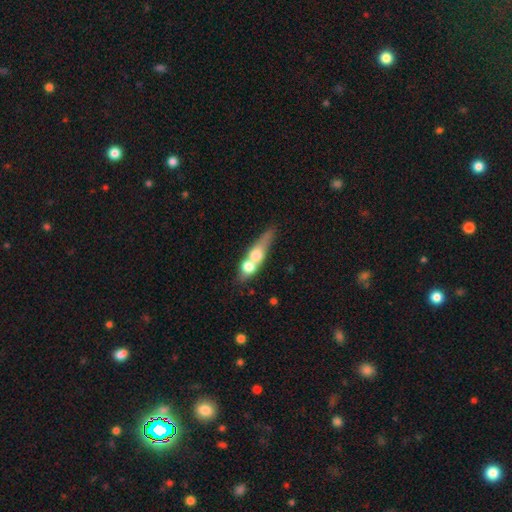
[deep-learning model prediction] Overall: smooth (50%; featured or disk 41%). How rounded: cigar-shaped (46%; in between 33%). Merging: merger (65%).